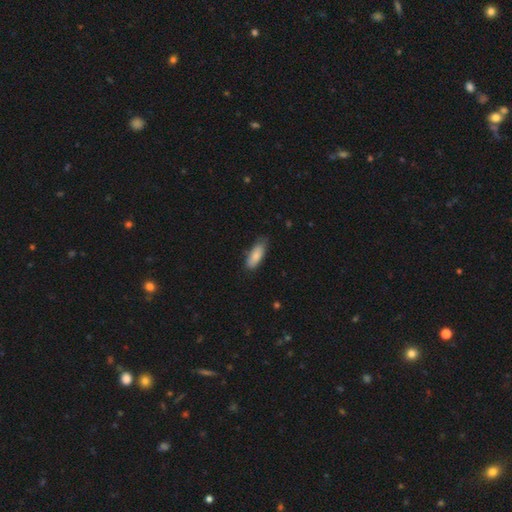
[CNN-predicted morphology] Smooth or featured?
  - smooth: 85% *
  - featured or disk: 9%
  - star or artifact: 6%
How rounded?
  - in between: 70% *
  - cigar-shaped: 28%
  - round: 2%
Merging?
  - none: 71% *
  - minor disturbance: 24%
  - major disturbance: 4%
  - merger: 1%